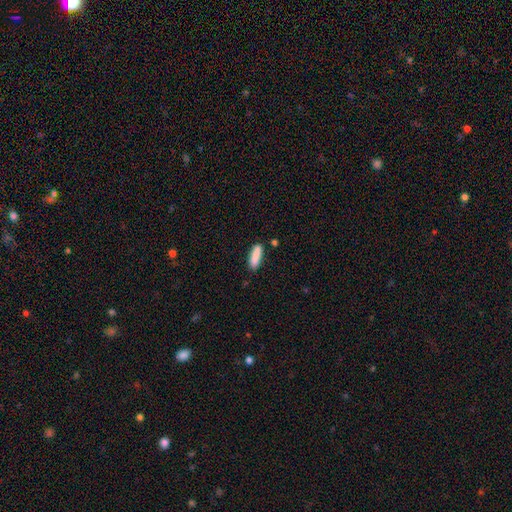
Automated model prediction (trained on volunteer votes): A smooth galaxy with no disk features (87%) that is cigar-shaped (63%). Merging: none (82%).